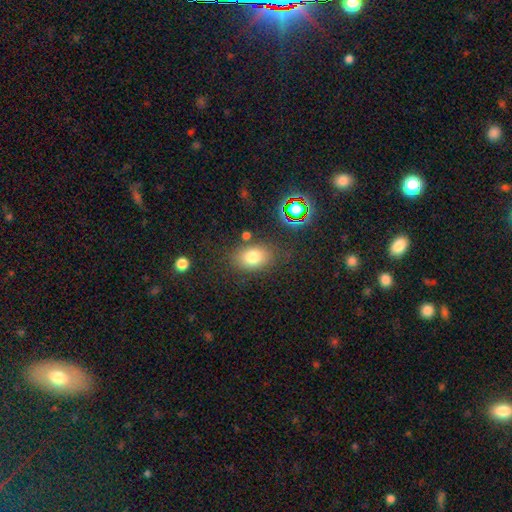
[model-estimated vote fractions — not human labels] Overall: smooth (77%). How rounded: in between (78%). Merging: none (76%).